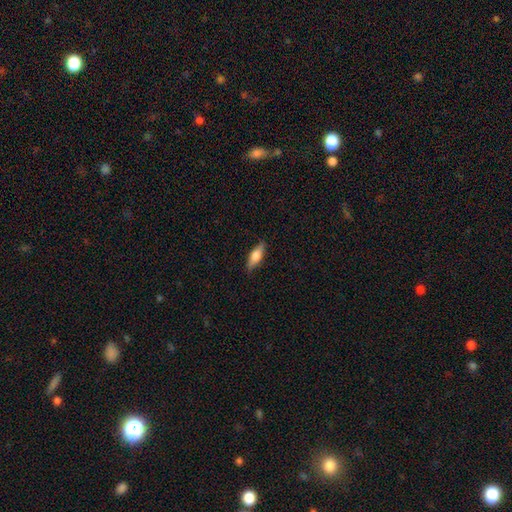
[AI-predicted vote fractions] Smooth or featured: smooth — 61% (featured or disk — 33%)
How rounded: in between — 55% (cigar-shaped — 42%)
Merging: none — 84% (minor disturbance — 13%)